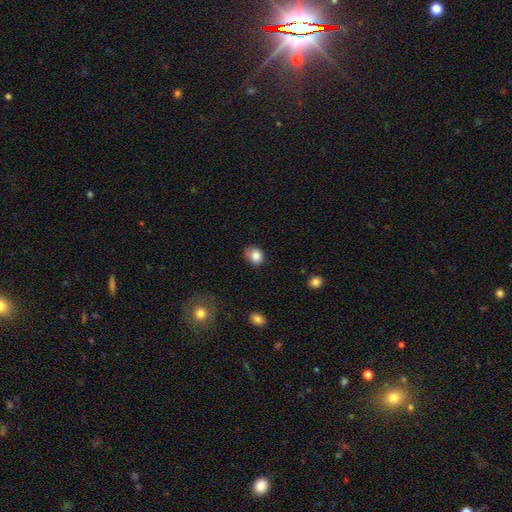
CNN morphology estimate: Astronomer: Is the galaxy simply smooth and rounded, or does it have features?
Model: smooth — 84%.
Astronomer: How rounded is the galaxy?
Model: in between — 52% (runner-up: round, 47%).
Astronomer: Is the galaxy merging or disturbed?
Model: none — 66%.